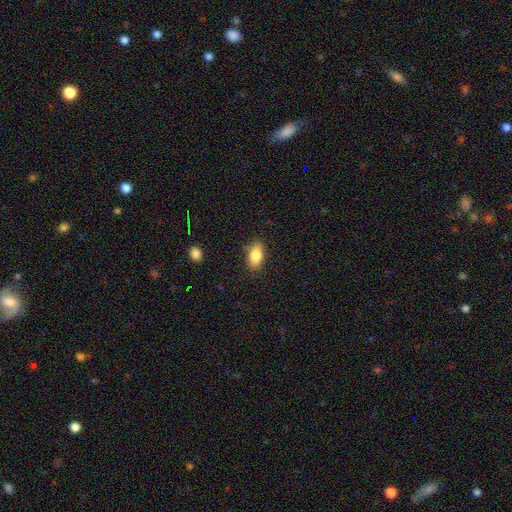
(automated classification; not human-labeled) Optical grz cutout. It shows a smooth galaxy with no disk features (84%) that is in between round and cigar-shaped (89%). Merging: none (83%).